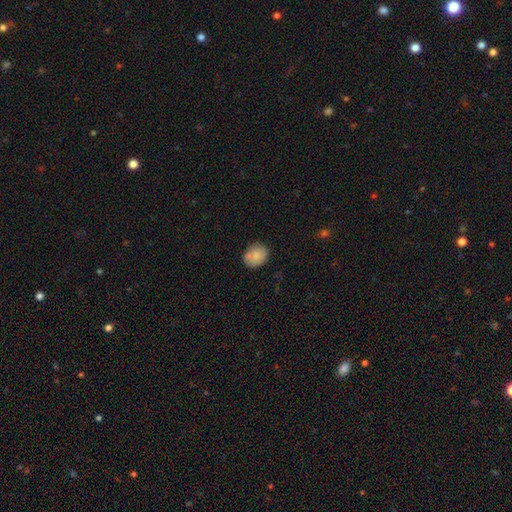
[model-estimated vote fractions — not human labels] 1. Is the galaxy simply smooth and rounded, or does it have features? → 83% smooth, 10% featured or disk, 7% star or artifact.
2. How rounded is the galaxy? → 54% round, 45% in between, 1% cigar-shaped.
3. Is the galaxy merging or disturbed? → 71% none, 19% minor disturbance, 6% merger, 4% major disturbance.